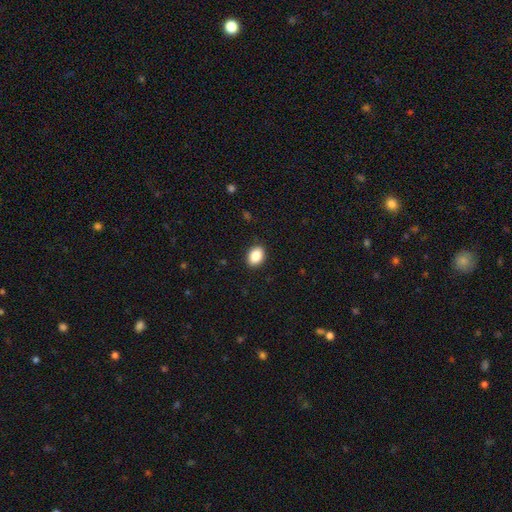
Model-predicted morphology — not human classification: This is clearly a smooth galaxy (87%). How rounded: likely in between (74%). Merging: clearly none (90%).